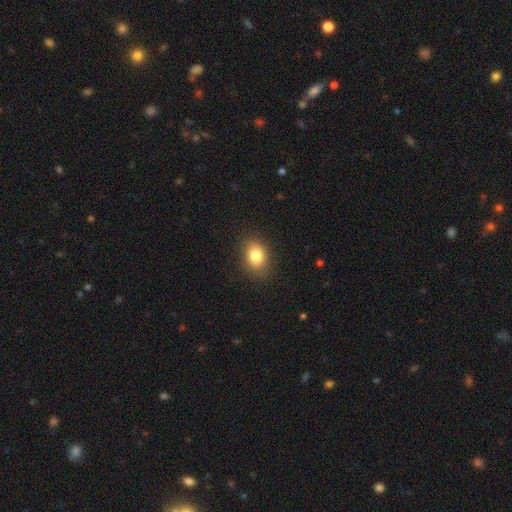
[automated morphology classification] smooth-or-featured: smooth: 82% | star or artifact: 10% | featured or disk: 8%
  how-rounded: in between: 64% | round: 35% | cigar-shaped: 1%
  merging: none: 86% | minor disturbance: 10% | major disturbance: 3% | merger: 1%